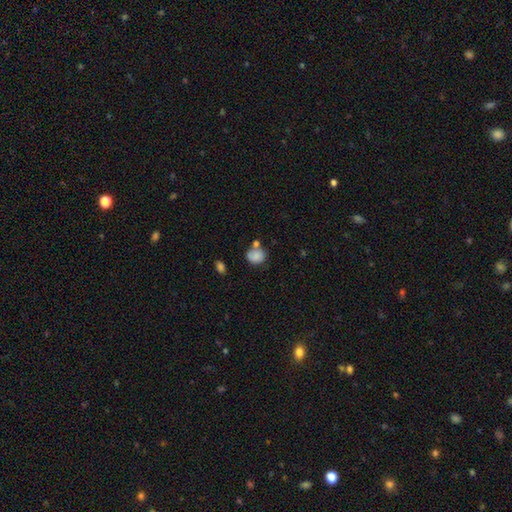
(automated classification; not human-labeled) Smooth or featured?
  - smooth: 76% *
  - featured or disk: 15%
  - star or artifact: 9%
How rounded?
  - round: 62% *
  - in between: 37%
  - cigar-shaped: 1%
Merging?
  - none: 45% *
  - merger: 24%
  - minor disturbance: 22%
  - major disturbance: 9%